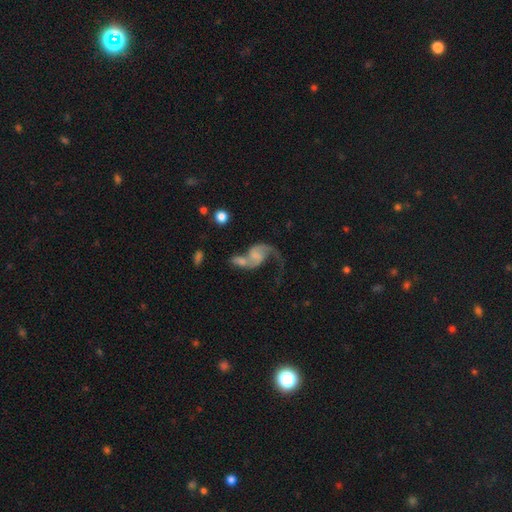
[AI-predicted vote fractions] This appears to be a featured or disk galaxy (73%) with no bar (59%), 2 (71%) loose (75%) spiral arms (88%) and no central bulge (46%). Merging: merger (49%).